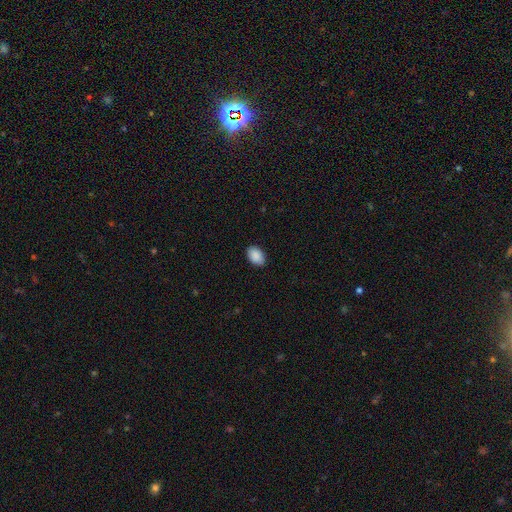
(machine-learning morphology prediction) Overall: smooth (91%). How rounded: in between (88%). Merging: none (89%).